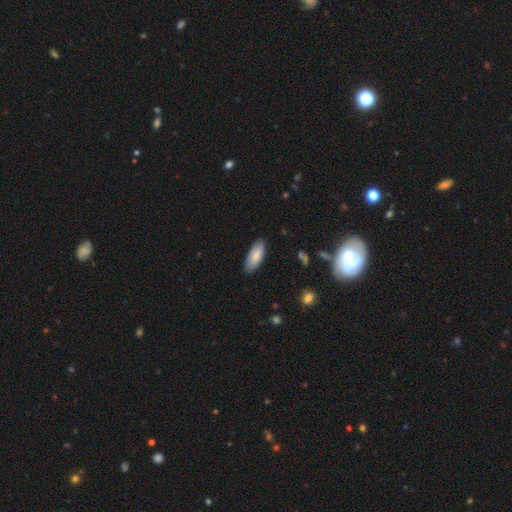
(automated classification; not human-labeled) Q: Smooth or featured?
A: smooth (85%); runner-up: featured or disk (9%)
Q: How rounded?
A: in between (82%); runner-up: cigar-shaped (17%)
Q: Merging?
A: none (86%); runner-up: minor disturbance (11%)